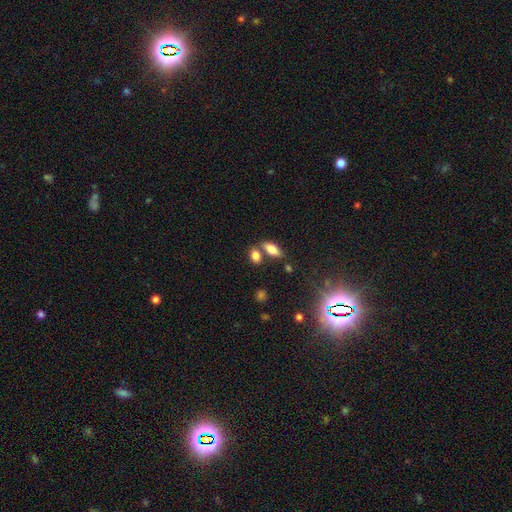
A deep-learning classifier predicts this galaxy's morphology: smooth-or-featured: smooth: 81% | star or artifact: 10% | featured or disk: 9%
  how-rounded: in between: 81% | round: 12% | cigar-shaped: 7%
  merging: none: 57% | merger: 28% | minor disturbance: 11% | major disturbance: 4%